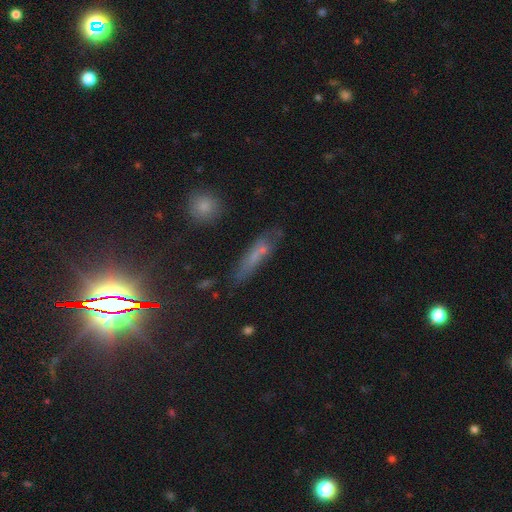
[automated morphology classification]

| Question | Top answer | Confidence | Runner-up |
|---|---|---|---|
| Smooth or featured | smooth | 36% | star or artifact (32%) |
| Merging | none | 72% | minor disturbance (18%) |